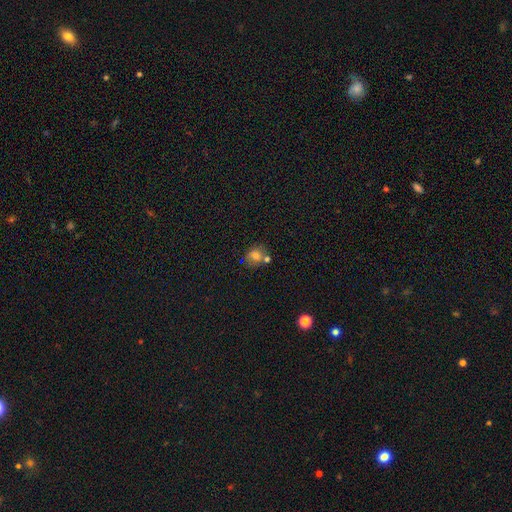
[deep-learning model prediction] Smooth or featured? Predicted: smooth (p=0.74). How rounded? Predicted: round (p=0.74). Merging? Predicted: none (p=0.59).